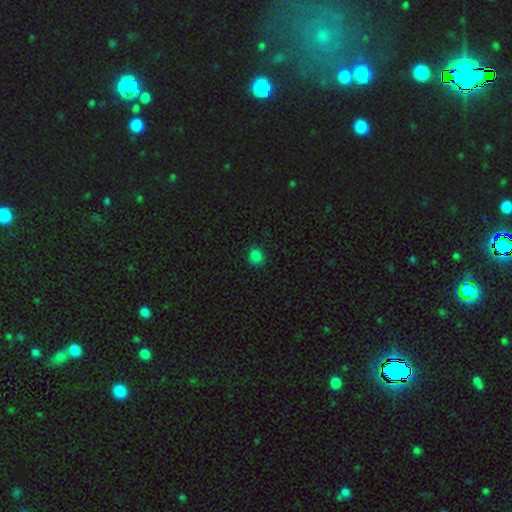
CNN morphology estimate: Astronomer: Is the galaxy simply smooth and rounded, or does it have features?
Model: smooth — 83%.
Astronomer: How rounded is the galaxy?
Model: round — 80%.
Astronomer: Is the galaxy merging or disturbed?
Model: none — 90%.